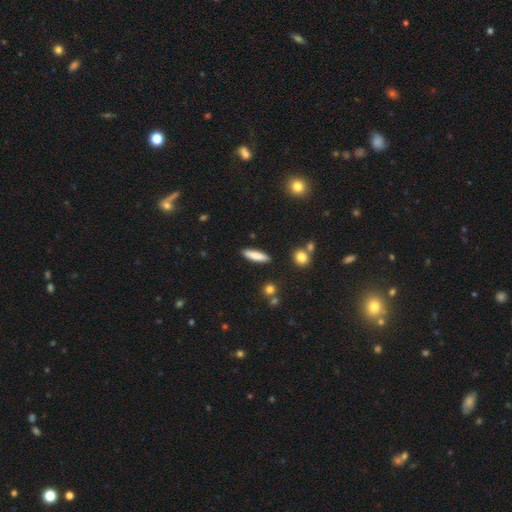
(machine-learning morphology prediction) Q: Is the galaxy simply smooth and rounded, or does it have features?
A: smooth — 78%.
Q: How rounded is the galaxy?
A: cigar-shaped — 72%.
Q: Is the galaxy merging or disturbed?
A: none — 89%.